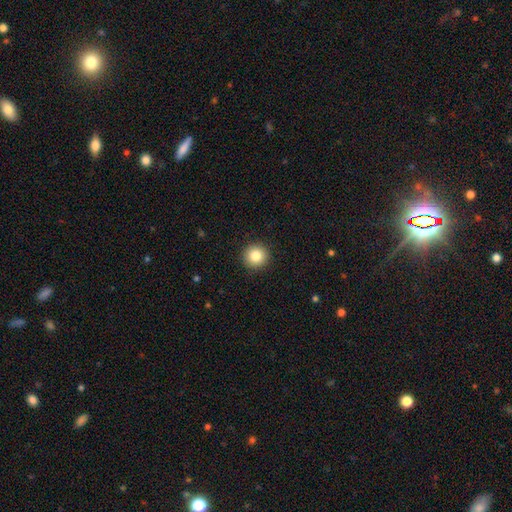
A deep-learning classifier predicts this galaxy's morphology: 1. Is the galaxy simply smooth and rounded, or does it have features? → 84% smooth, 10% star or artifact, 6% featured or disk.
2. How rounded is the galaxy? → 95% round, 4% in between, 1% cigar-shaped.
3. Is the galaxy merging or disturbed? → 93% none, 5% minor disturbance, 2% major disturbance, 1% merger.